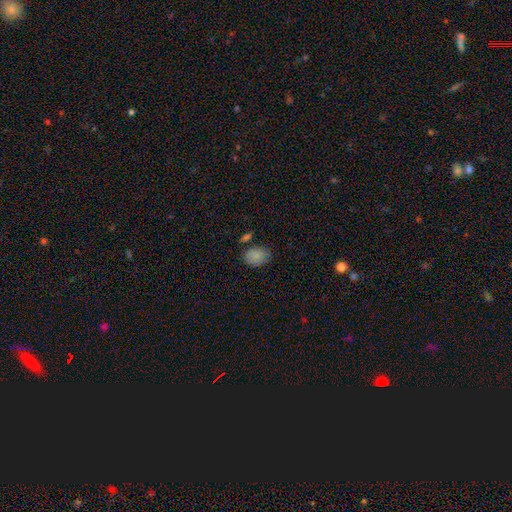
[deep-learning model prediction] Smooth or featured? Predicted: smooth (p=0.86). How rounded? Predicted: in between (p=0.74). Merging? Predicted: none (p=0.71).